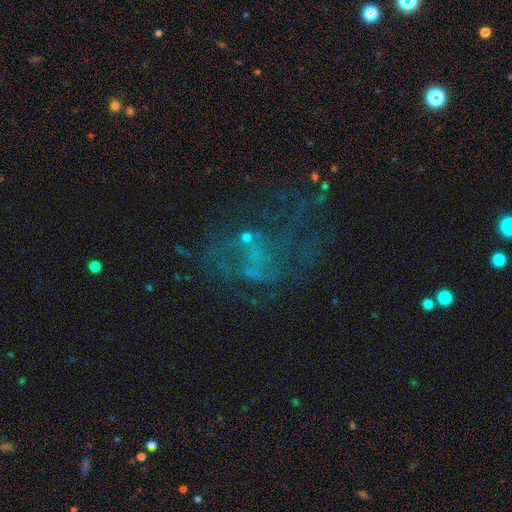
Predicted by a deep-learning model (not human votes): This is possibly a featured or disk galaxy (55%). It is clearly not viewed edge-on (98%). Bar: clearly no (85%). Spiral arm pattern: likely no (72%). Central bulge: likely none (64%). Merging: marginally none (40%).